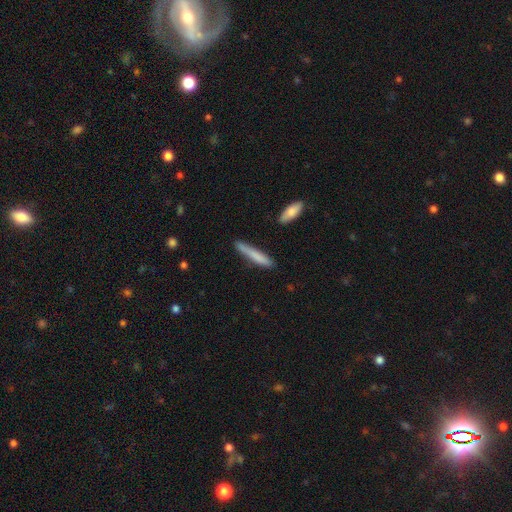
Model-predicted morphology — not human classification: smooth-or-featured: smooth: 77% | featured or disk: 18% | star or artifact: 6%
  how-rounded: cigar-shaped: 93% | in between: 6% | round: 1%
  merging: none: 80% | minor disturbance: 15% | merger: 3% | major disturbance: 2%